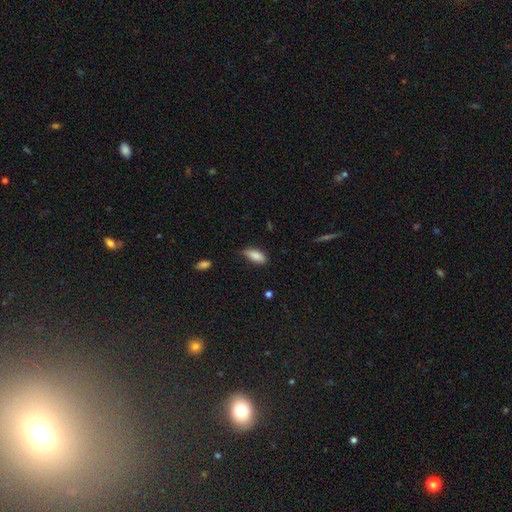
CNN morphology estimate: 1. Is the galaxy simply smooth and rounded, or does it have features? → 85% smooth, 8% featured or disk, 7% star or artifact.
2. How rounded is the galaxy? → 82% in between, 15% cigar-shaped, 2% round.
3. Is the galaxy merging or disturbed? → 64% none, 30% minor disturbance, 5% major disturbance, 2% merger.